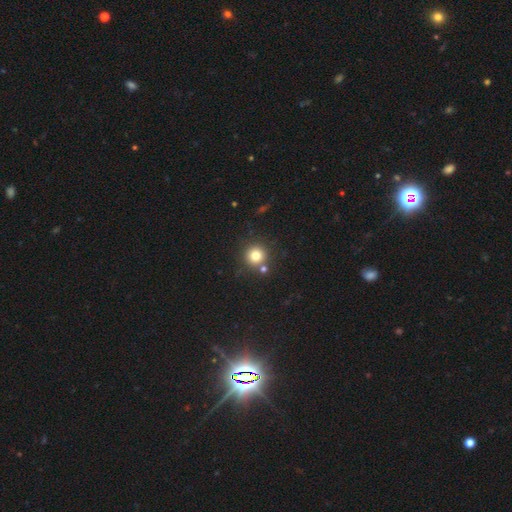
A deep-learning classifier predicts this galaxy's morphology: A smooth galaxy with no disk features (80%) that is round (94%). Merging: none (79%).